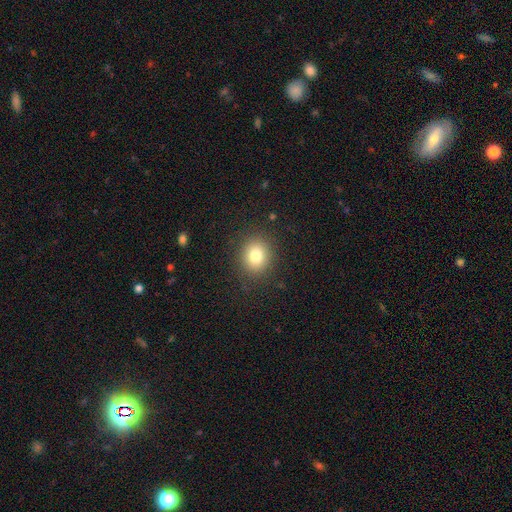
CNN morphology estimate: A smooth galaxy with no disk features (80%) that is round (76%).

Vote fractions:
- Smooth or featured? smooth: 80% / star or artifact: 12% / featured or disk: 8%
- How rounded? round: 76% / in between: 23% / cigar-shaped: 1%
- Merging? none: 88% / minor disturbance: 8% / major disturbance: 3% / merger: 1%